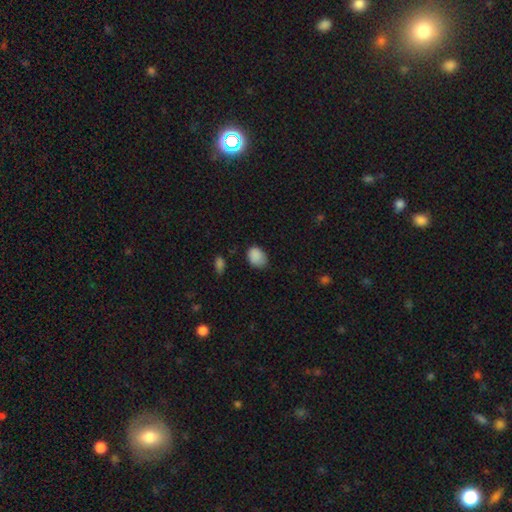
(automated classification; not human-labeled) This is clearly a smooth galaxy (86%). How rounded: likely in between (70%). Merging: likely none (62%).